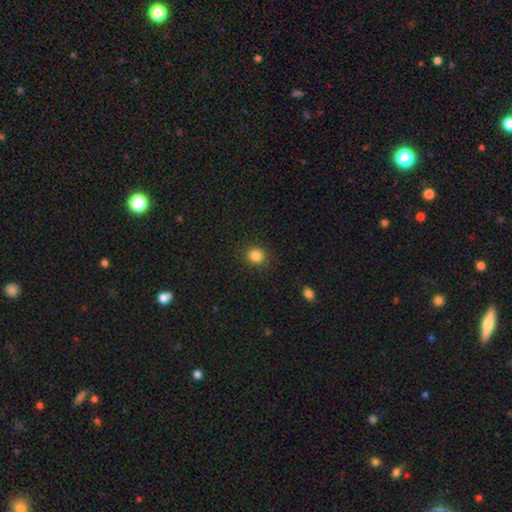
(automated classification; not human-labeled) A smooth galaxy with no disk features (85%) that is round (83%). Merging: none (90%).